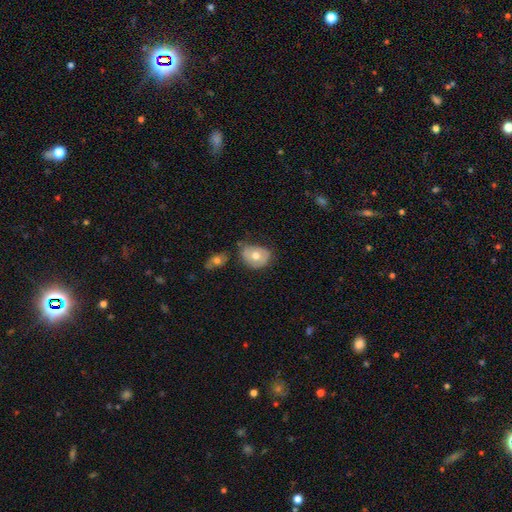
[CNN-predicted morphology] This is likely a smooth galaxy (64%). How rounded: possibly in between (57%). Merging: possibly none (49%).